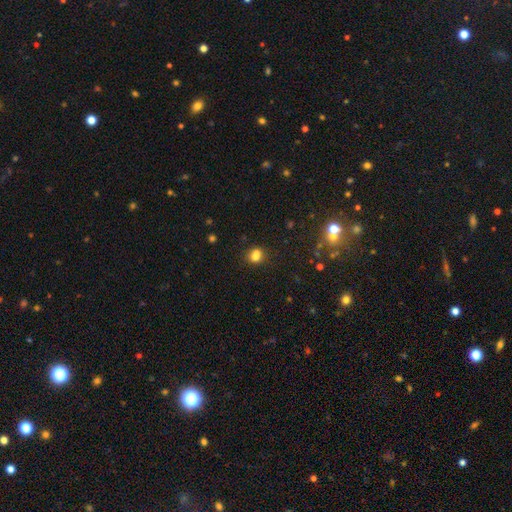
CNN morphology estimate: Smooth or featured? Predicted: smooth (p=0.75). How rounded? Predicted: round (p=0.61). Merging? Predicted: none (p=0.51).